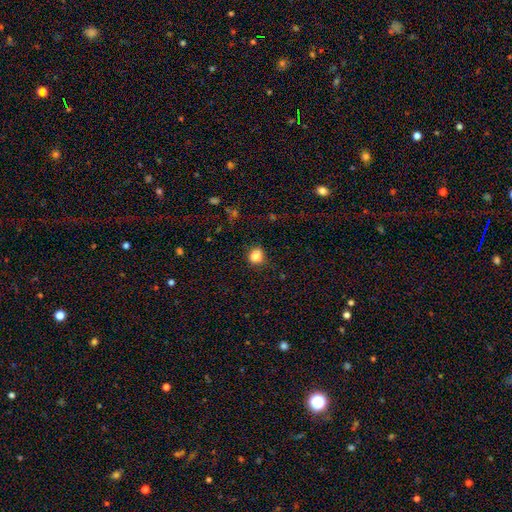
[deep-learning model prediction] smooth_or_featured: smooth (p=0.85) [alt: star or artifact p=0.11]
how_rounded: round (p=0.74) [alt: in between p=0.25]
merging: none (p=0.85) [alt: minor disturbance p=0.11]